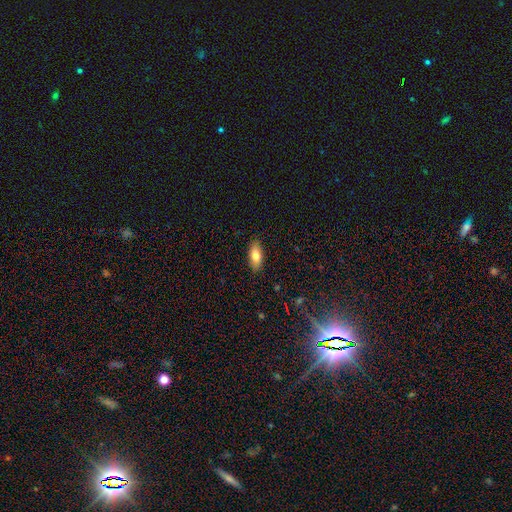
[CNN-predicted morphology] This is likely a smooth galaxy (80%). How rounded: clearly in between (84%). Merging: clearly none (88%).